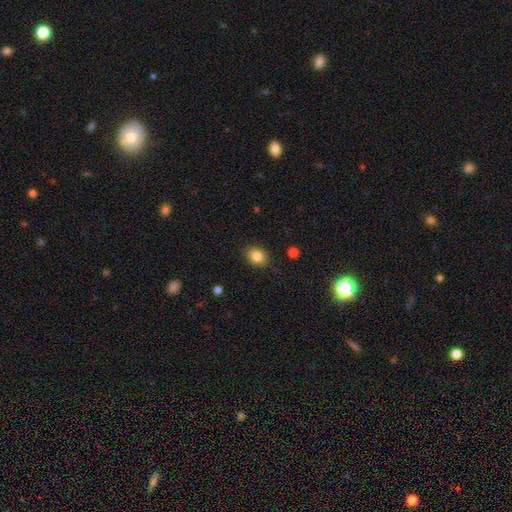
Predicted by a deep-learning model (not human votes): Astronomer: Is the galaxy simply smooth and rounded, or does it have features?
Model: smooth — 84%.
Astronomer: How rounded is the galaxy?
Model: in between — 52% (runner-up: round, 47%).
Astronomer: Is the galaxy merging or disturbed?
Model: none — 86%.